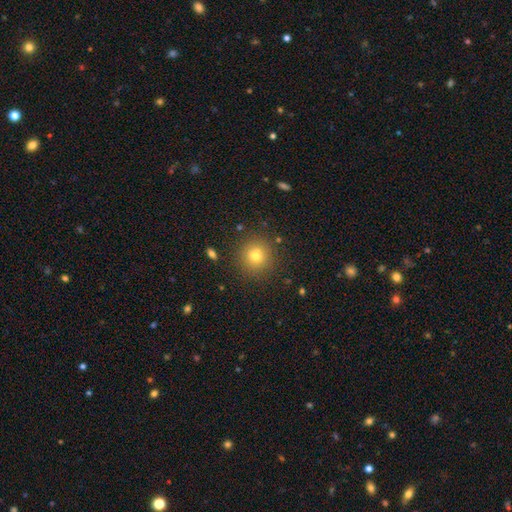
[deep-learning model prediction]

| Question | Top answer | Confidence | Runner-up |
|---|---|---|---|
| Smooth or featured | smooth | 76% | star or artifact (15%) |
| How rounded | round | 92% | in between (7%) |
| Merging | none | 88% | minor disturbance (7%) |